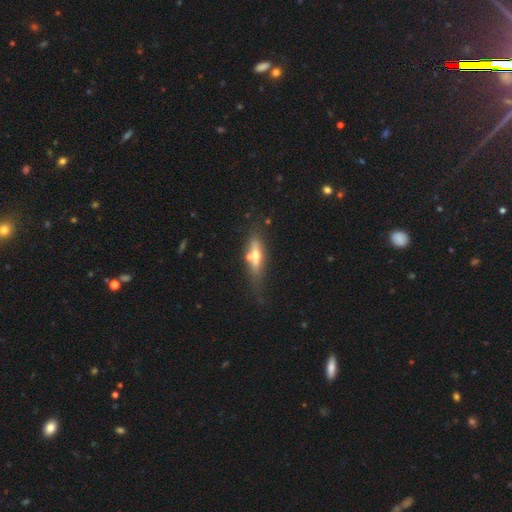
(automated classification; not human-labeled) A featured or disk galaxy (51%) viewed edge-on (75%).

Vote fractions:
- Smooth or featured? featured or disk: 51% / smooth: 41% / star or artifact: 8%
- Edge-on disk? yes: 75% / no: 25%
- Merging? none: 52% / minor disturbance: 20% / merger: 19% / major disturbance: 9%